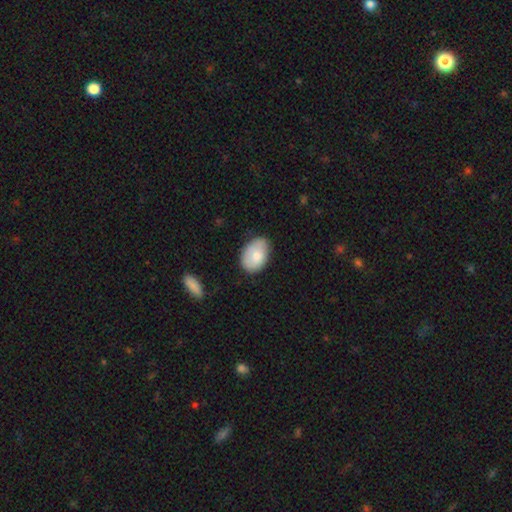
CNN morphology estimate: Smooth or featured: smooth — 77% (featured or disk — 17%)
How rounded: in between — 86% (round — 13%)
Merging: none — 67% (minor disturbance — 26%)